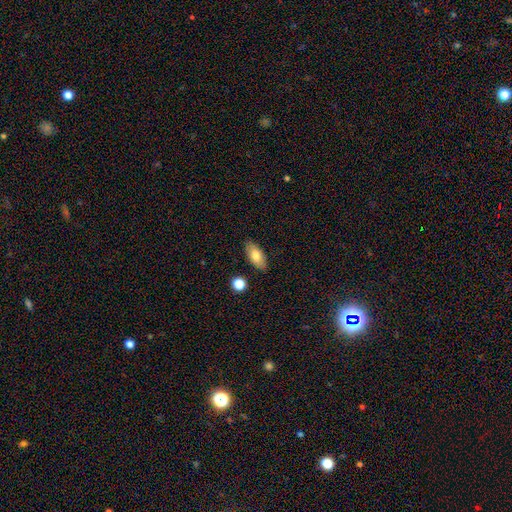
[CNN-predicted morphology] Smooth or featured: smooth — 78% (featured or disk — 15%)
How rounded: in between — 89% (cigar-shaped — 7%)
Merging: none — 86% (minor disturbance — 10%)